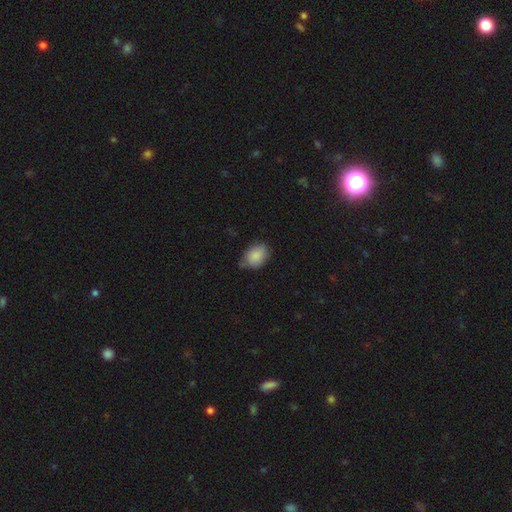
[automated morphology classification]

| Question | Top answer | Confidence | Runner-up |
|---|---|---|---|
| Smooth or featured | smooth | 87% | star or artifact (7%) |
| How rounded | in between | 75% | round (24%) |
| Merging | none | 63% | minor disturbance (30%) |